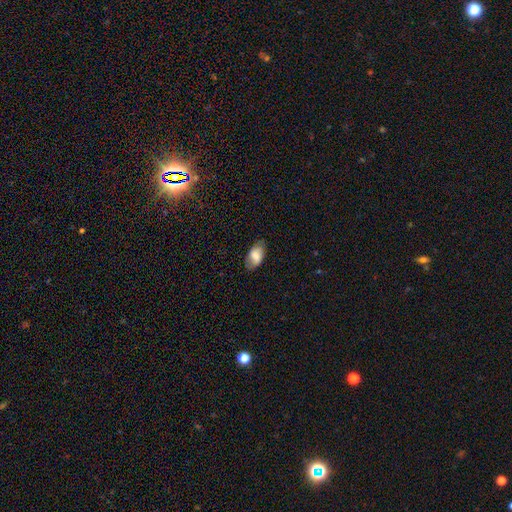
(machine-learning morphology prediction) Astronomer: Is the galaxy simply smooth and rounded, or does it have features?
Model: smooth — 73%.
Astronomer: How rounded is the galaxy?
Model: in between — 93%.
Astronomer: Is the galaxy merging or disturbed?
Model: none — 78%.